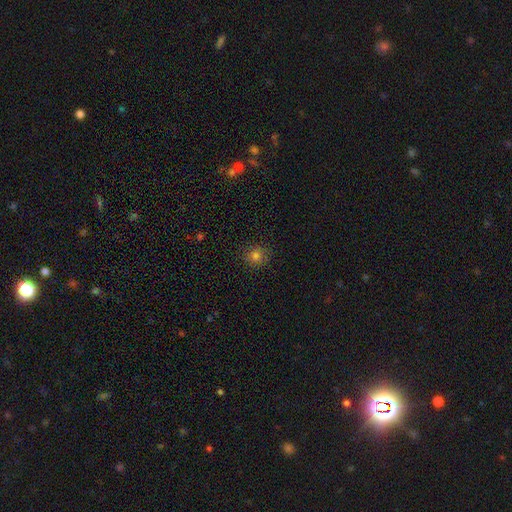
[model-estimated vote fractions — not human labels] Smooth or featured? smooth (79%)
How rounded? round (86%)
Merging? none (87%)